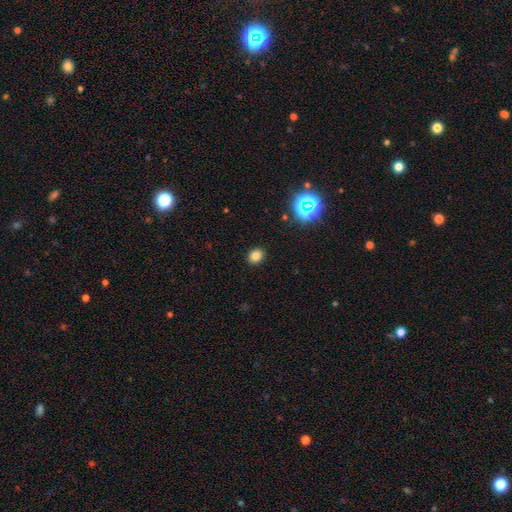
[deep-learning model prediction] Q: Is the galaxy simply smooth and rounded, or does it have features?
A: smooth — 80%.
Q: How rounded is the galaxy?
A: round — 55%.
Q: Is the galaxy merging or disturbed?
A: none — 90%.